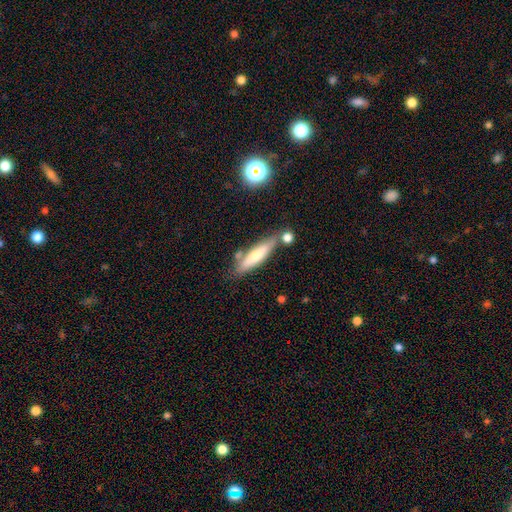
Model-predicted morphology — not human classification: The model was most divided on "smooth or featured": smooth: 61%, featured or disk: 33%, star or artifact: 6%. More confident: how rounded — cigar-shaped (80%); merging — none (67%).